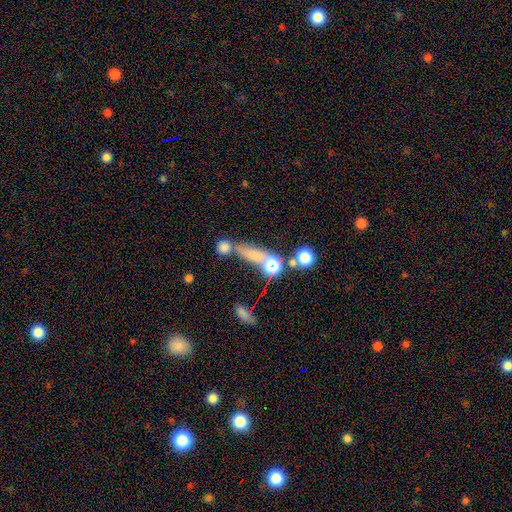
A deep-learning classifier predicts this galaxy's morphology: smooth_or_featured: smooth (p=0.55) [alt: featured or disk p=0.24]
how_rounded: cigar-shaped (p=0.51) [alt: in between p=0.29]
merging: none (p=0.45) [alt: merger p=0.31]